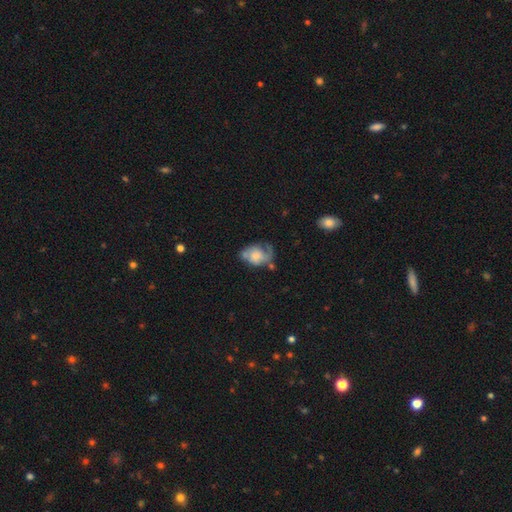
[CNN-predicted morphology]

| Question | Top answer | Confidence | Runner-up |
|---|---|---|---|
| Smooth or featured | featured or disk | 54% | smooth (38%) |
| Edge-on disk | no | 96% | yes (4%) |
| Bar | no | 75% | weak (22%) |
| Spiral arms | yes | 75% | no (25%) |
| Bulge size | moderate | 33% | small (25%) |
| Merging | none | 37% | minor disturbance (29%) |